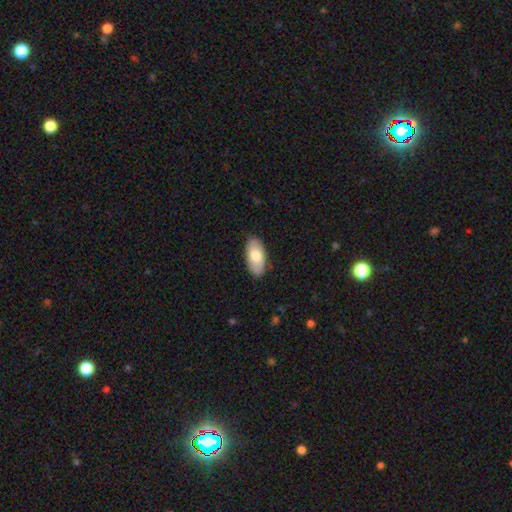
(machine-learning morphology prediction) Smooth or featured? Predicted: smooth (p=0.75). How rounded? Predicted: in between (p=0.93). Merging? Predicted: none (p=0.86).